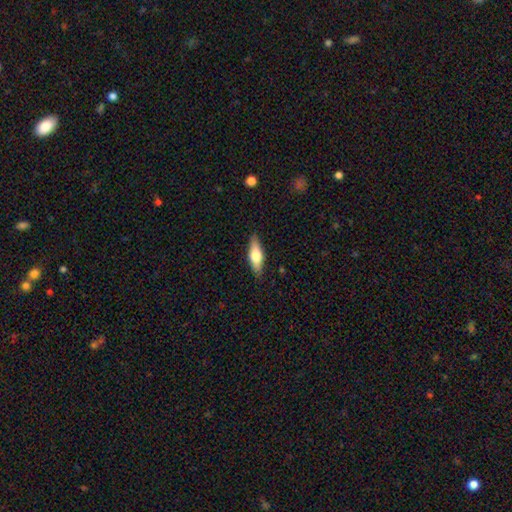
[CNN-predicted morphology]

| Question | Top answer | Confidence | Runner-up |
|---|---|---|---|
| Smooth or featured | smooth | 60% | featured or disk (34%) |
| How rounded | in between | 56% | cigar-shaped (41%) |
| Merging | none | 88% | minor disturbance (9%) |